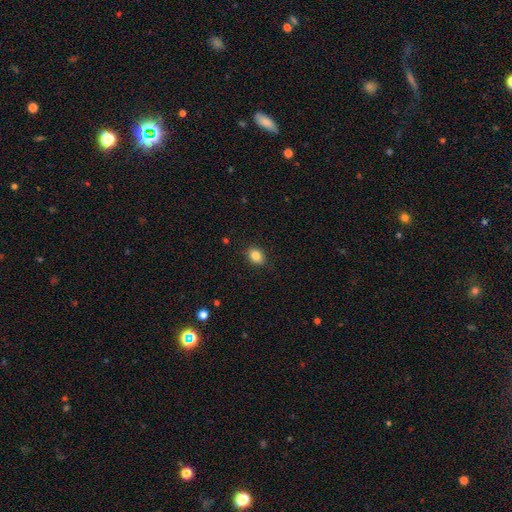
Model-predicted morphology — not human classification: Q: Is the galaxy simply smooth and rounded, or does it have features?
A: smooth — 84%.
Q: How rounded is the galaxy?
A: in between — 61%.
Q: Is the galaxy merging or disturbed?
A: none — 87%.